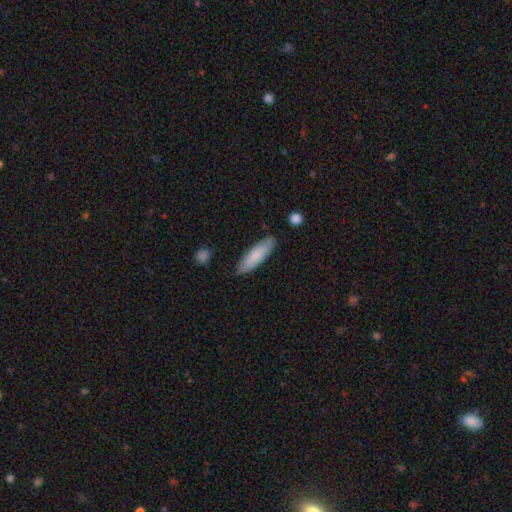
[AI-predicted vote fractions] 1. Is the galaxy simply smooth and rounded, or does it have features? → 80% smooth, 15% featured or disk, 6% star or artifact.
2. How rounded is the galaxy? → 58% cigar-shaped, 40% in between, 2% round.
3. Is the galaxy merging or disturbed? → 83% none, 13% minor disturbance, 2% major disturbance, 2% merger.